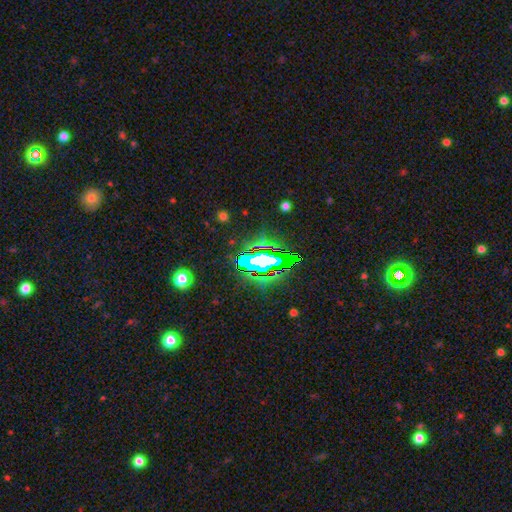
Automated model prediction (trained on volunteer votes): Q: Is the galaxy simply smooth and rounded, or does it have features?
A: star or artifact — 67%.